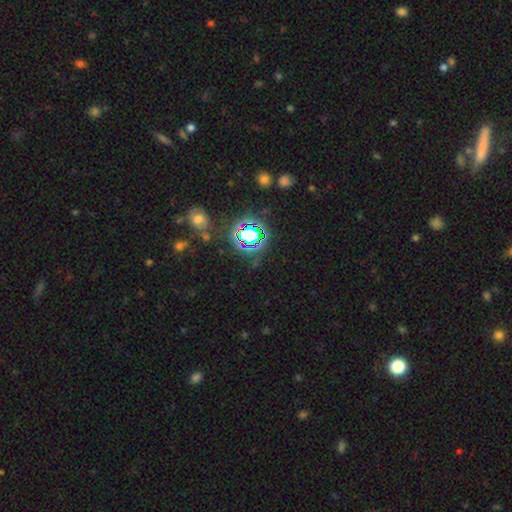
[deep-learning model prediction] The model was most divided on "smooth or featured": star or artifact: 74%, smooth: 17%, featured or disk: 8%.